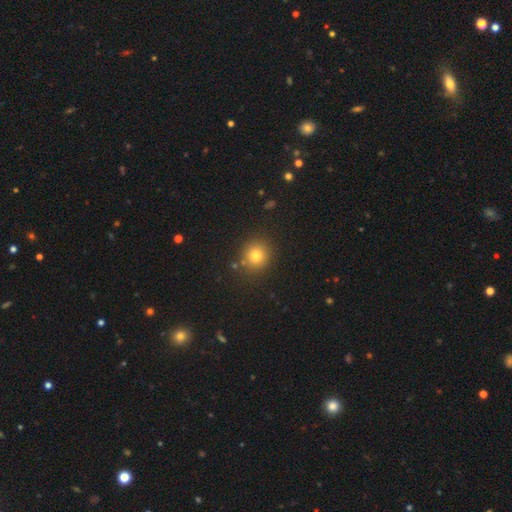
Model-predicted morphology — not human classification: smooth_or_featured: smooth (p=0.78) [alt: star or artifact p=0.14]
how_rounded: round (p=0.87) [alt: in between p=0.12]
merging: none (p=0.86) [alt: minor disturbance p=0.08]